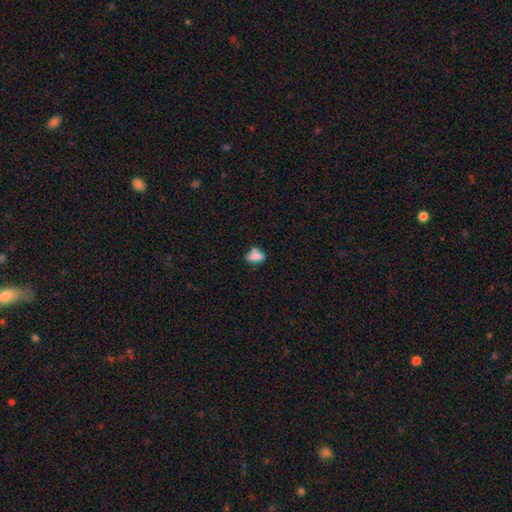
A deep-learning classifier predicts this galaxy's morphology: Q: Smooth or featured?
A: smooth (78%); runner-up: featured or disk (12%)
Q: How rounded?
A: in between (81%); runner-up: round (14%)
Q: Merging?
A: none (49%); runner-up: minor disturbance (27%)